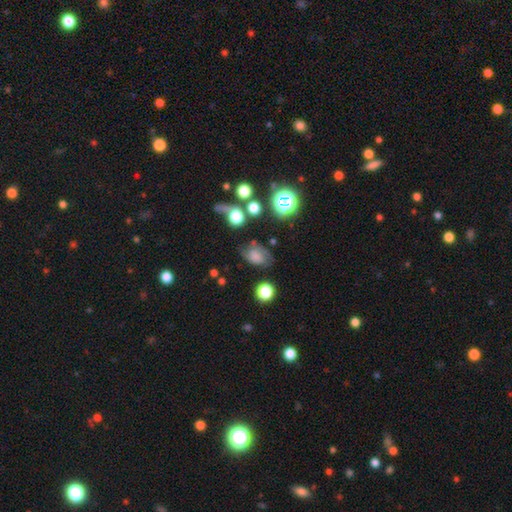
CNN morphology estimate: A smooth galaxy with no disk features (56%) that is in between round and cigar-shaped (75%). Merging: none (54%).